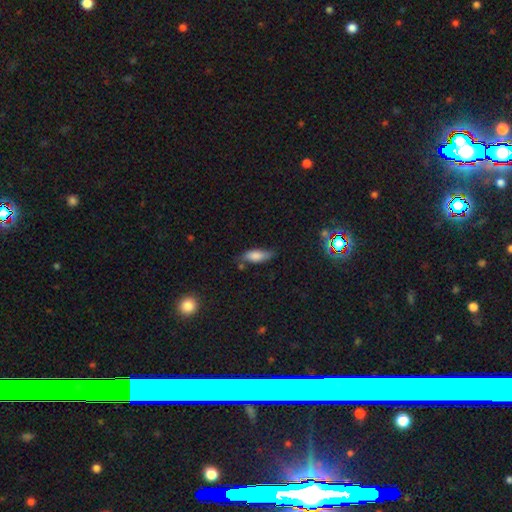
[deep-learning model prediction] smooth_or_featured: smooth (p=0.76) [alt: featured or disk p=0.15]
how_rounded: in between (p=0.65) [alt: cigar-shaped p=0.32]
merging: none (p=0.65) [alt: minor disturbance p=0.25]